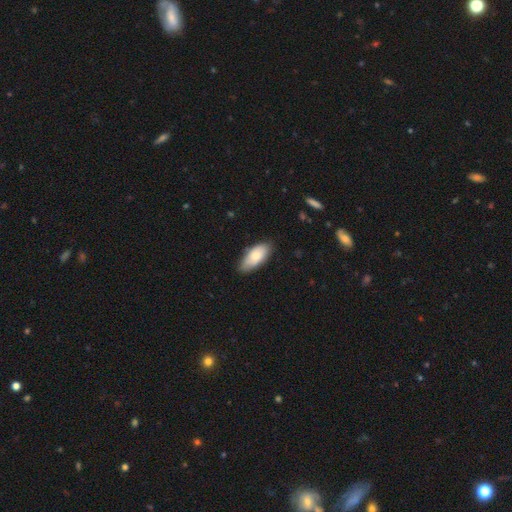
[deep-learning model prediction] A smooth galaxy with no disk features (73%) that is in between round and cigar-shaped (90%).

Vote fractions:
- Smooth or featured? smooth: 73% / featured or disk: 21% / star or artifact: 6%
- How rounded? in between: 90% / cigar-shaped: 8% / round: 2%
- Merging? none: 75% / minor disturbance: 21% / major disturbance: 3% / merger: 1%